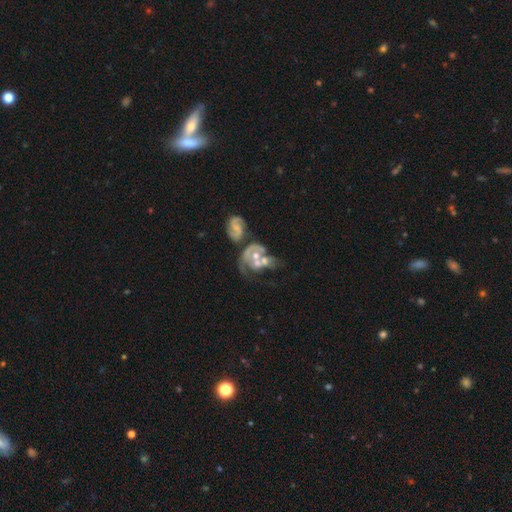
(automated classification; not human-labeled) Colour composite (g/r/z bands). It shows a featured or disk galaxy (71%) with no bar (74%), spiral arms (57%) and a moderate central bulge (50%). Merging: merger (61%).